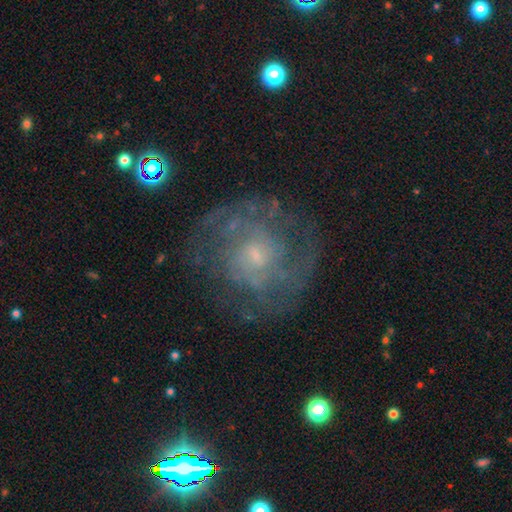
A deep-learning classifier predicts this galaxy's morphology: This appears to be a featured or disk galaxy (75%) with no bar (59%), tight (48%) spiral arms (81%) and a small central bulge (61%). Merging: none (70%).